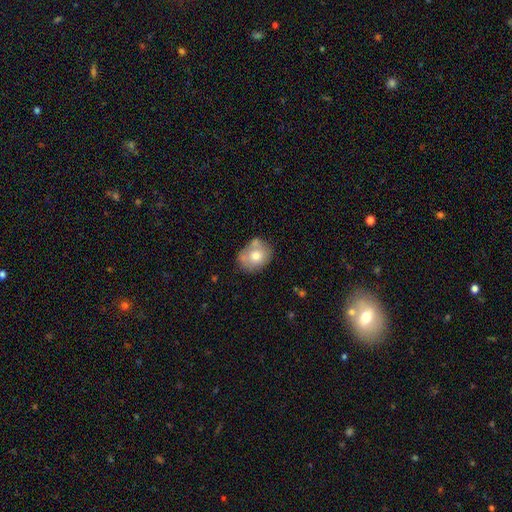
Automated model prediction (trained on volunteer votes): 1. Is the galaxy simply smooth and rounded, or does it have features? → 70% smooth, 22% featured or disk, 8% star or artifact.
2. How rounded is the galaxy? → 54% round, 45% in between, 1% cigar-shaped.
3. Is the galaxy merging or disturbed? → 54% none, 22% minor disturbance, 17% merger, 6% major disturbance.